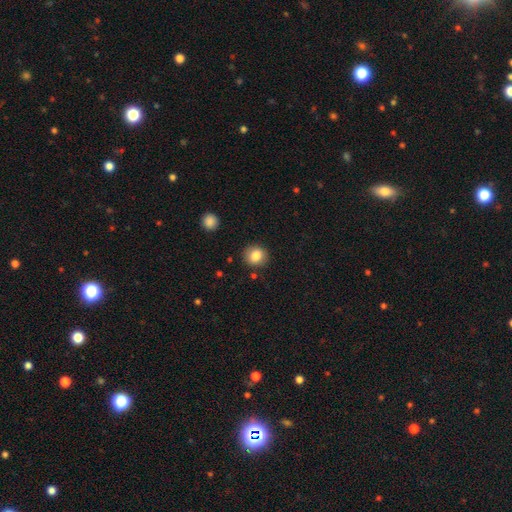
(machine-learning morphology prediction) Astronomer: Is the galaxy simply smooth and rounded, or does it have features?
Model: smooth — 84%.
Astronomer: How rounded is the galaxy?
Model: round — 85%.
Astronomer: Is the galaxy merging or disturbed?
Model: none — 87%.